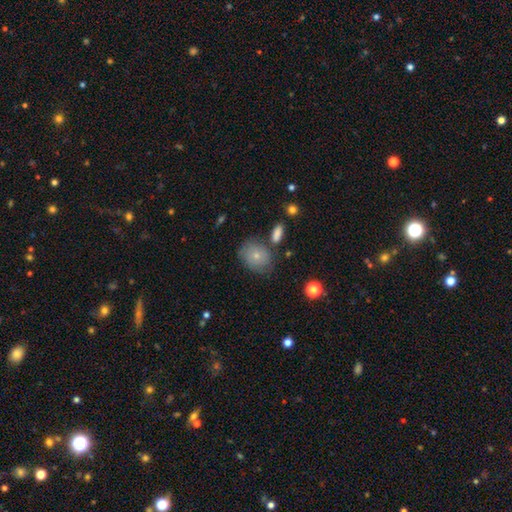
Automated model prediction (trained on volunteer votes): This appears to be a smooth galaxy with no disk features (74%) that is round (51%). Merging: none (68%).